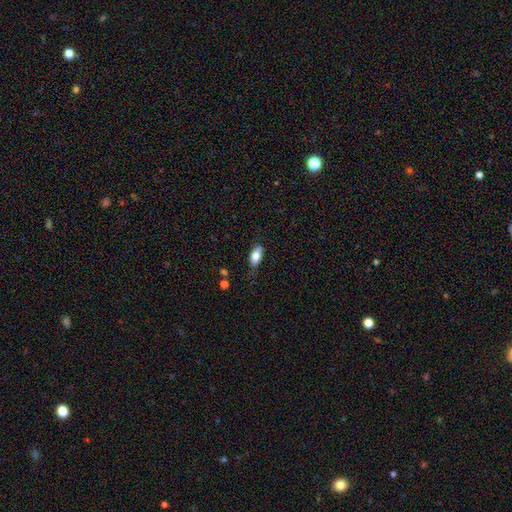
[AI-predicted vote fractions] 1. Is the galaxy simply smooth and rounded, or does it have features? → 75% smooth, 17% featured or disk, 8% star or artifact.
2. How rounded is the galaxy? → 84% in between, 12% cigar-shaped, 5% round.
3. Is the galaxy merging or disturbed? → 60% none, 29% minor disturbance, 9% major disturbance, 3% merger.